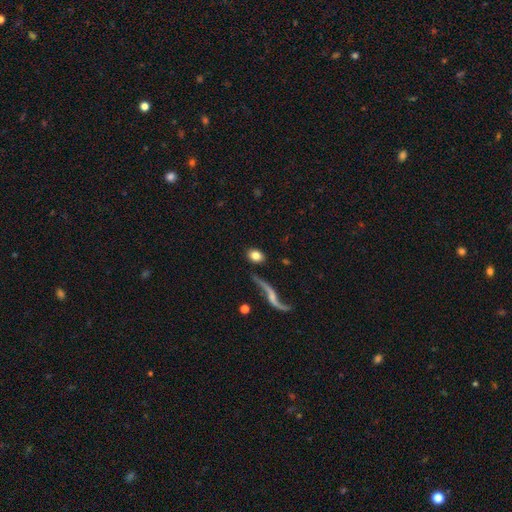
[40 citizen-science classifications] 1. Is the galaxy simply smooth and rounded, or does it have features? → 75% smooth, 18% featured or disk, 8% star or artifact.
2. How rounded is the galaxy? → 77% in between, 23% round, 0% cigar-shaped.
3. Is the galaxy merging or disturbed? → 95% none, 5% minor disturbance, 0% major disturbance, 0% merger.